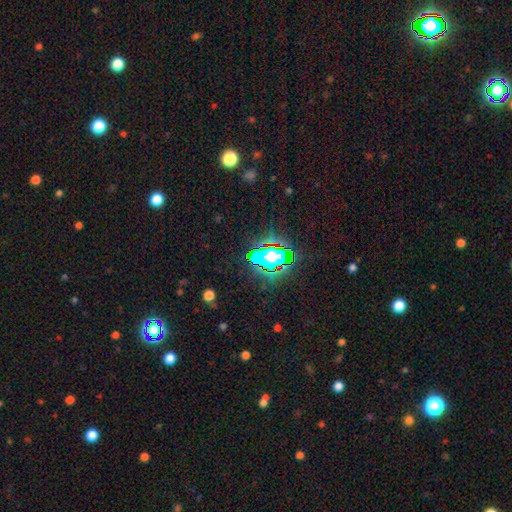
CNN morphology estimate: Smooth or featured: star or artifact — 63% (smooth — 24%)